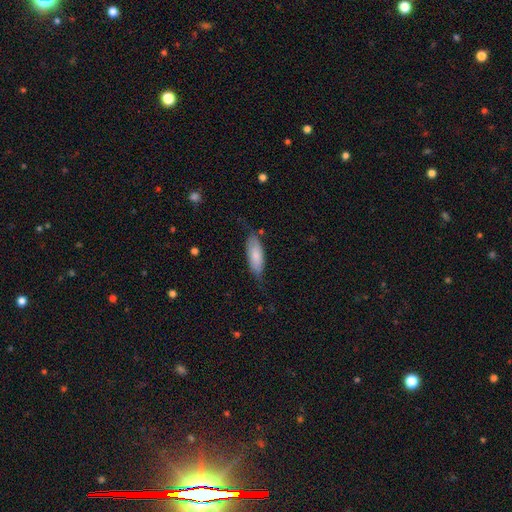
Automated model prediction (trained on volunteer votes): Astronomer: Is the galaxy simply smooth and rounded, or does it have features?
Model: smooth — 77%.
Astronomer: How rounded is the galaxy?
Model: in between — 71%.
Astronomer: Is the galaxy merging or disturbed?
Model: none — 64%.